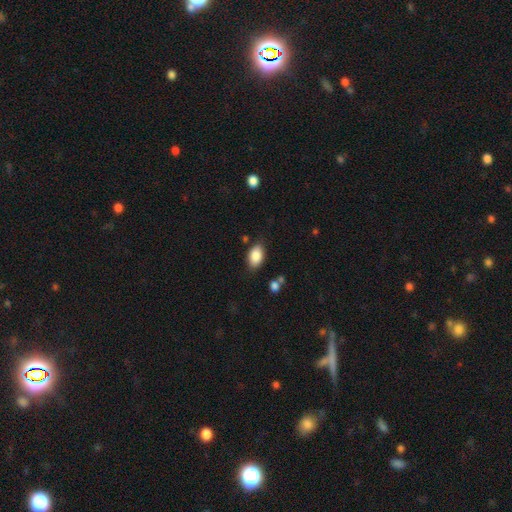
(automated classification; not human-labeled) Smooth or featured?
  - smooth: 87% *
  - star or artifact: 7%
  - featured or disk: 6%
How rounded?
  - in between: 91% *
  - round: 7%
  - cigar-shaped: 1%
Merging?
  - none: 81% *
  - minor disturbance: 13%
  - major disturbance: 3%
  - merger: 3%